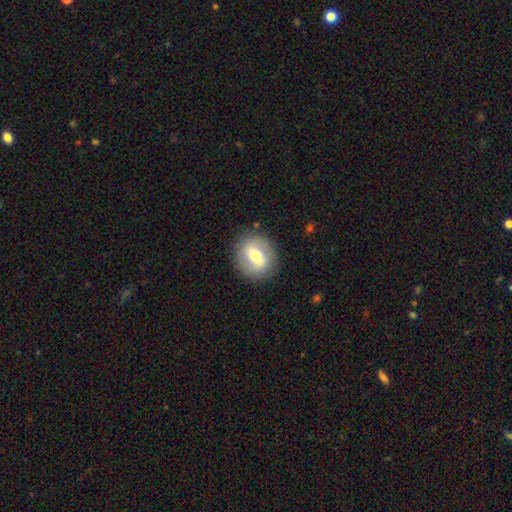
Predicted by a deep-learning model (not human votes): Smooth or featured: smooth — 53% (featured or disk — 39%)
How rounded: round — 74% (in between — 25%)
Merging: none — 86% (minor disturbance — 9%)